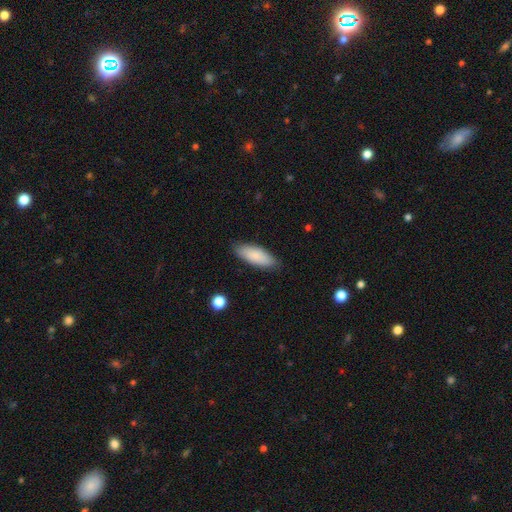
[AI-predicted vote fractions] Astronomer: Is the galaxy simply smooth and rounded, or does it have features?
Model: smooth — 85%.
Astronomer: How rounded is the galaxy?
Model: in between — 68%.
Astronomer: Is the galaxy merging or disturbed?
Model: none — 85%.